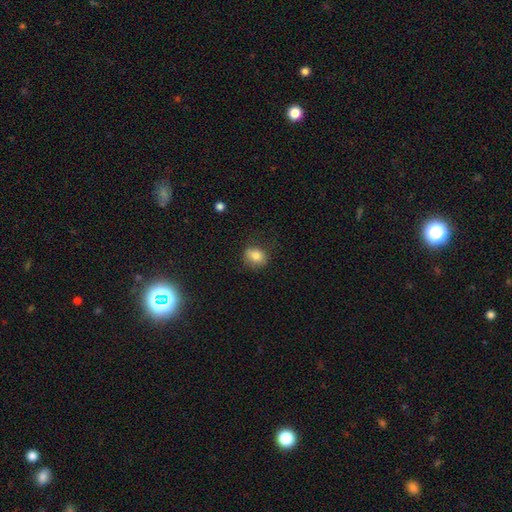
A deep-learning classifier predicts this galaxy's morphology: Q: Smooth or featured?
A: smooth (82%); runner-up: star or artifact (10%)
Q: How rounded?
A: round (52%); runner-up: in between (47%)
Q: Merging?
A: none (67%); runner-up: minor disturbance (23%)